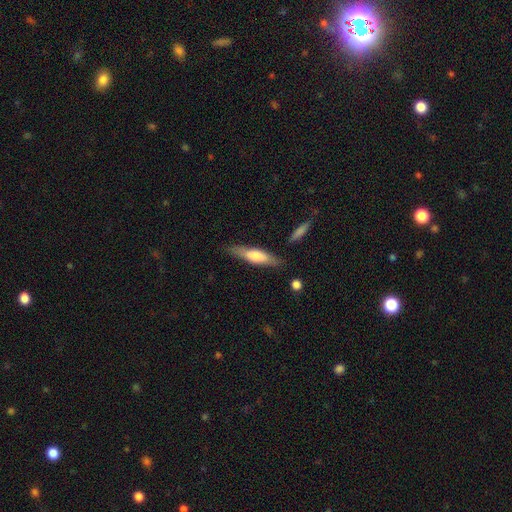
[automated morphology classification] The model was most divided on "smooth or featured": smooth: 56%, featured or disk: 38%, star or artifact: 6%. More confident: merging — none (79%); how rounded — cigar-shaped (71%).